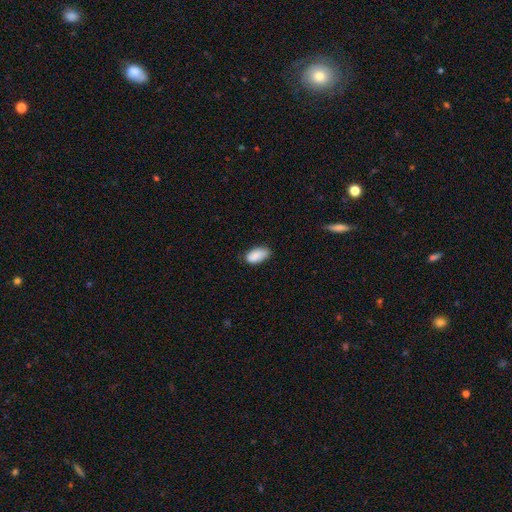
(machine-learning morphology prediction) This is clearly a smooth galaxy (88%). How rounded: clearly in between (94%). Merging: likely none (67%).